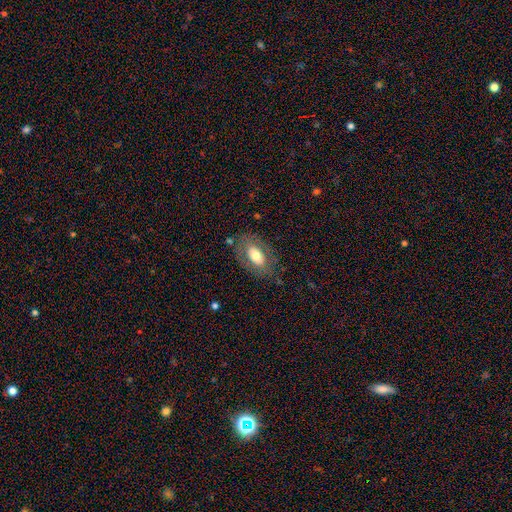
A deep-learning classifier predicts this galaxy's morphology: smooth_or_featured: smooth (p=0.59) [alt: featured or disk p=0.34]
how_rounded: in between (p=0.90) [alt: round p=0.07]
merging: none (p=0.75) [alt: minor disturbance p=0.15]